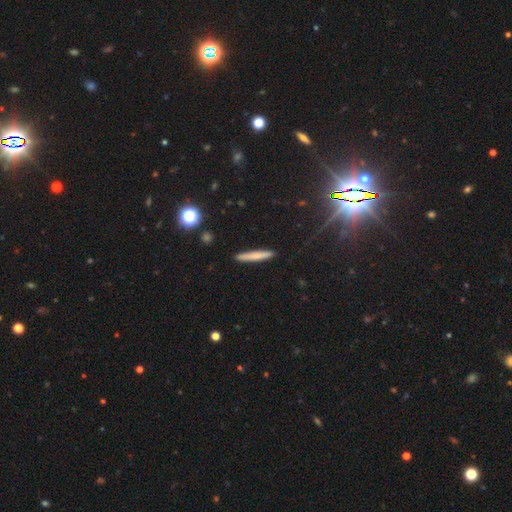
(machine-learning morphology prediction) smooth-or-featured: smooth: 69% | featured or disk: 23% | star or artifact: 8%
  how-rounded: cigar-shaped: 94% | in between: 4% | round: 2%
  merging: none: 90% | minor disturbance: 7% | major disturbance: 1% | merger: 1%